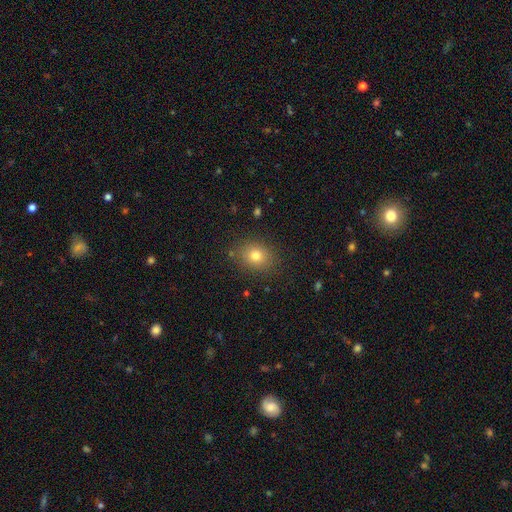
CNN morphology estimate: A smooth galaxy with no disk features (77%) that is round (55%). Merging: none (84%).